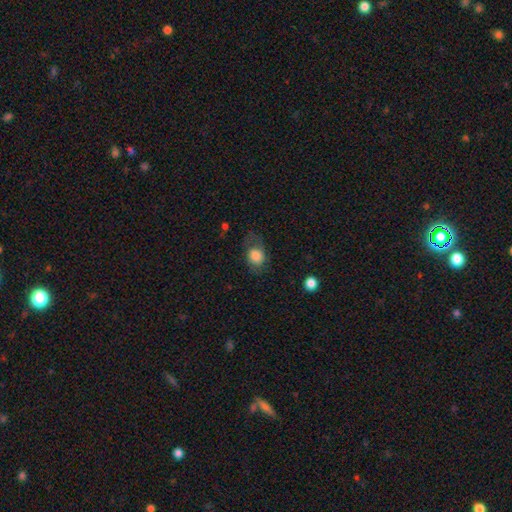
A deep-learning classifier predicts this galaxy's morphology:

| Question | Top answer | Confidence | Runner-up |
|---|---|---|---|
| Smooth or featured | smooth | 74% | featured or disk (18%) |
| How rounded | in between | 59% | round (40%) |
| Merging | none | 56% | minor disturbance (24%) |